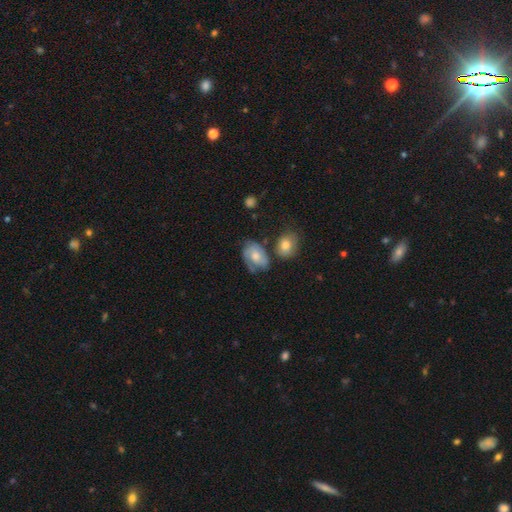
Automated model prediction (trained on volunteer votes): Smooth or featured: featured or disk — 50% (smooth — 43%)
Merging: none — 47% (minor disturbance — 27%)